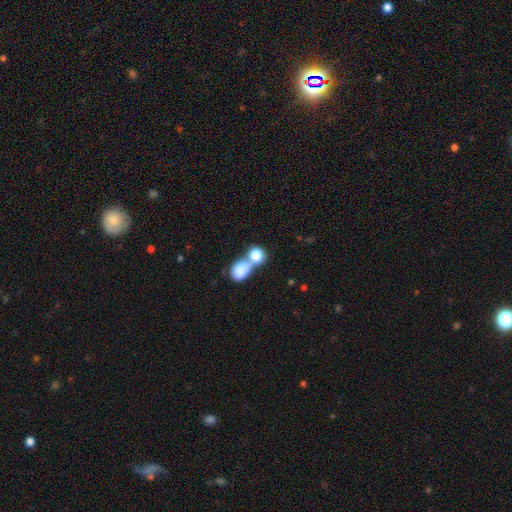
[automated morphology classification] A smooth galaxy with no disk features (82%) that is round (55%).

Vote fractions:
- Smooth or featured? smooth: 82% / featured or disk: 11% / star or artifact: 7%
- How rounded? round: 55% / in between: 43% / cigar-shaped: 2%
- Merging? merger: 68% / none: 22% / minor disturbance: 6% / major disturbance: 4%